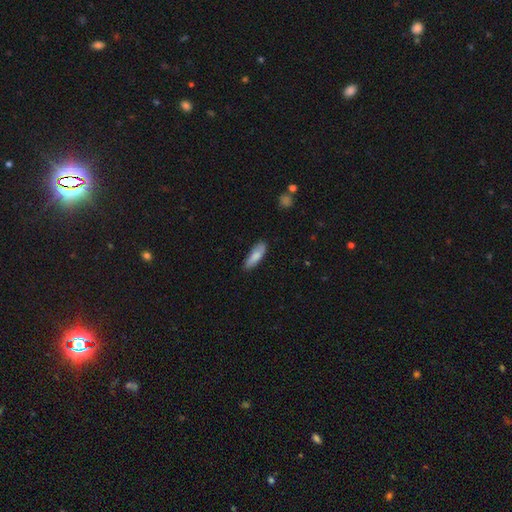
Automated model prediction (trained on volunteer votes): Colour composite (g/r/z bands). It shows a smooth galaxy with no disk features (84%) that is in between round and cigar-shaped (53%). Merging: none (79%).